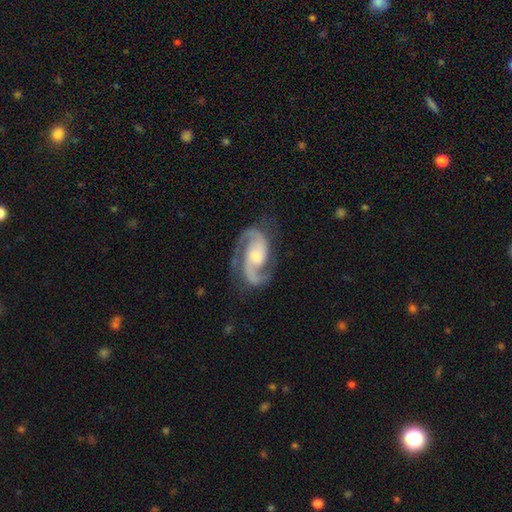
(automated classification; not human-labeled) Smooth or featured?
  - featured or disk: 92% *
  - star or artifact: 4%
  - smooth: 3%
Edge-on disk?
  - no: 98% *
  - yes: 2%
Bar?
  - no: 51% *
  - weak: 37%
  - strong: 12%
Spiral arms?
  - yes: 98% *
  - no: 2%
Spiral winding?
  - medium: 61% *
  - tight: 24%
  - loose: 15%
Spiral arm count?
  - 2: 93% *
  - can't tell: 2%
  - 3: 2%
  - 1: 1%
  - 4: 1%
  - more than 4: 1%
Bulge size?
  - moderate: 49% *
  - small: 36%
  - large: 8%
  - none: 6%
  - dominant: 1%
Merging?
  - none: 77% *
  - minor disturbance: 16%
  - major disturbance: 6%
  - merger: 1%